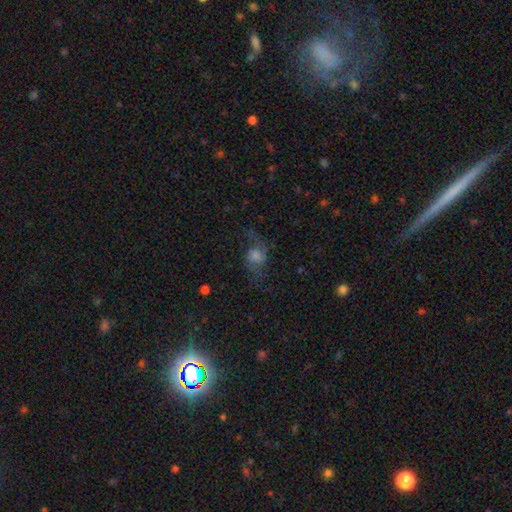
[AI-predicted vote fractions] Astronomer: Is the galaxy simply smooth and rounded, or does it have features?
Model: featured or disk — 54%.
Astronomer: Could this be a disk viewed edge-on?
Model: no — 93%.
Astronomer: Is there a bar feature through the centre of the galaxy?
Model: no — 65%.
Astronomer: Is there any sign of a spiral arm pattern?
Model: yes — 86%.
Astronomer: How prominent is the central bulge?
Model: moderate — 38% (runner-up: large, 24%).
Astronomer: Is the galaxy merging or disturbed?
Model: none — 59%.